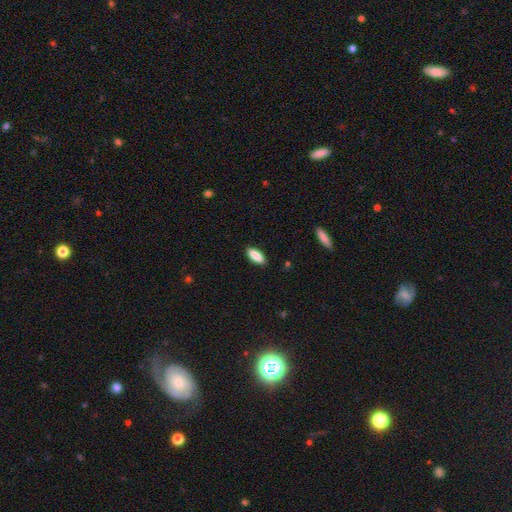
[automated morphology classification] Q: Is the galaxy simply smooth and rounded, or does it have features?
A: smooth — 88%.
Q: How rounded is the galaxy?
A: in between — 76%.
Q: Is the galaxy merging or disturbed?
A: none — 88%.